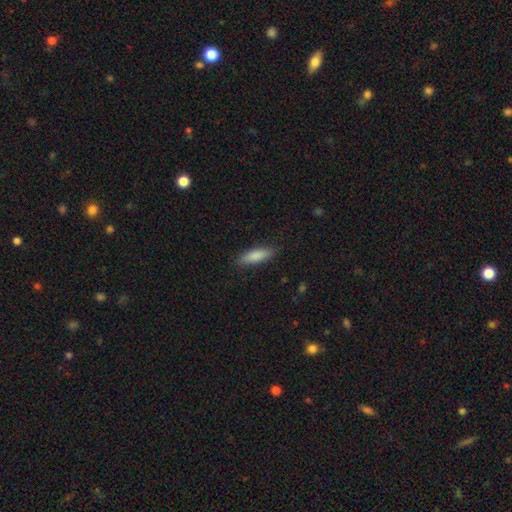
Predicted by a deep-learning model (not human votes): A smooth galaxy with no disk features (86%) that is cigar-shaped (51%). Merging: none (86%).